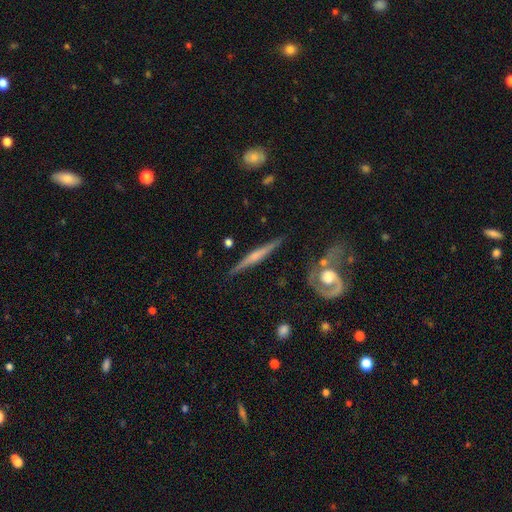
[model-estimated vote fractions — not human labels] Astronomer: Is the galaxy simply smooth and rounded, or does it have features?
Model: featured or disk — 75%.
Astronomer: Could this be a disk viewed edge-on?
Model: yes — 96%.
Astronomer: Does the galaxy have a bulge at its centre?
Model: rounded — 67%.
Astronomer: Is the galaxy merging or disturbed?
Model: none — 86%.